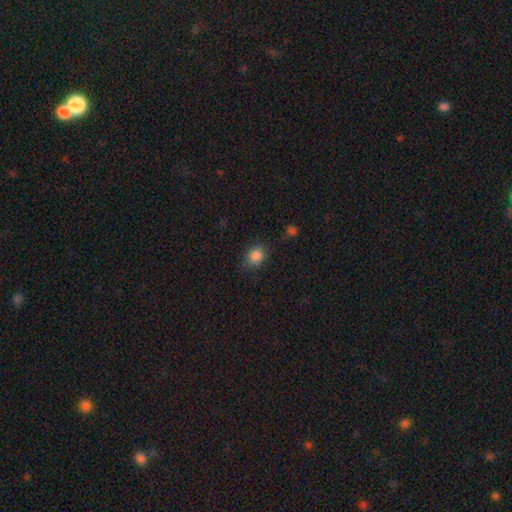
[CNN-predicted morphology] type=smooth (85%); roundness=round (58%); merging=none (77%).